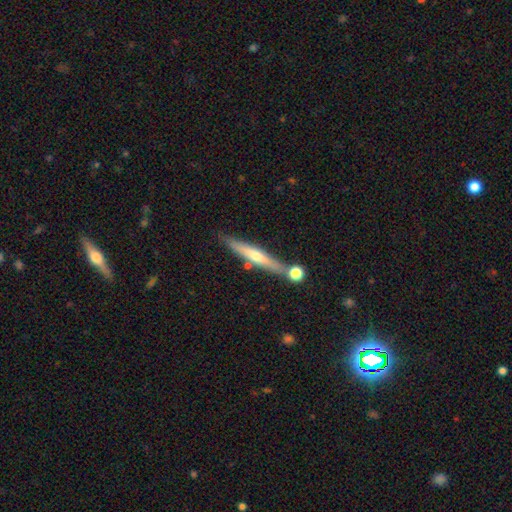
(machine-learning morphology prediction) Q: Smooth or featured?
A: featured or disk (56%); runner-up: smooth (37%)
Q: Edge-on disk?
A: yes (94%); runner-up: no (6%)
Q: Edge-on bulge?
A: rounded (73%); runner-up: none (23%)
Q: Merging?
A: none (78%); runner-up: minor disturbance (11%)